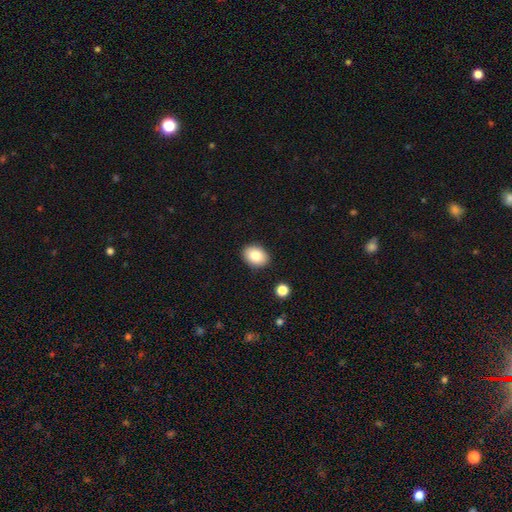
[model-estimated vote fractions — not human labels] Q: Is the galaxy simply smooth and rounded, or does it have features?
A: smooth — 83%.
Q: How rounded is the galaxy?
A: in between — 70%.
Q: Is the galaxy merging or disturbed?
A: none — 89%.